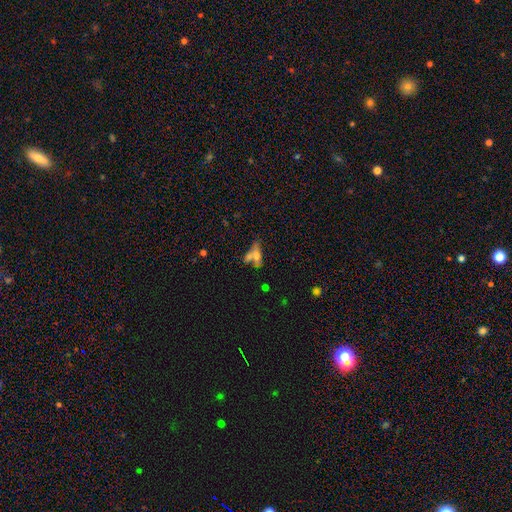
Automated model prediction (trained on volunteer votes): The model was most divided on "merging": merger: 45%, none: 33%, minor disturbance: 13%, major disturbance: 10%. More confident: how rounded — in between (58%); smooth or featured — smooth (51%).